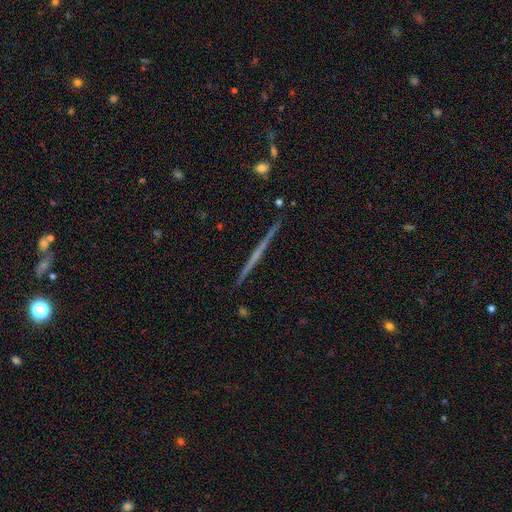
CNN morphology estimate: featured or disk 72%, smooth 21%, star or artifact 7%. Down the decision tree: edge-on disk — yes (98%); edge-on bulge — none (73%); merging — none (92%).